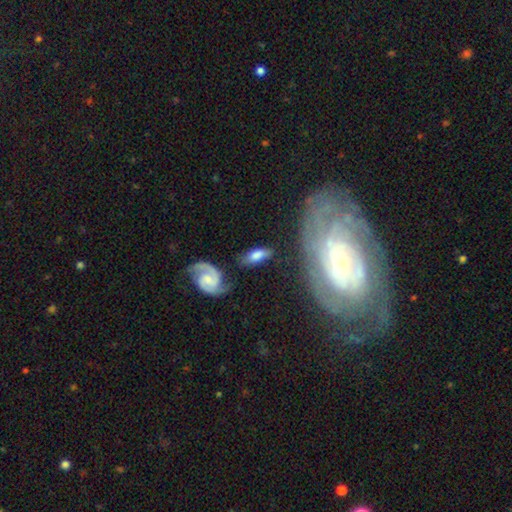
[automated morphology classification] smooth-or-featured: smooth: 62% | featured or disk: 30% | star or artifact: 8%
  how-rounded: in between: 76% | cigar-shaped: 20% | round: 4%
  merging: none: 64% | minor disturbance: 20% | major disturbance: 8% | merger: 8%